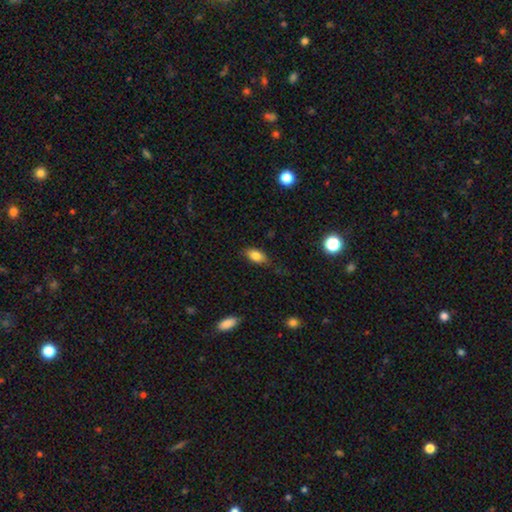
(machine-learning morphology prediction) Q: Smooth or featured?
A: smooth (81%); runner-up: featured or disk (11%)
Q: How rounded?
A: in between (88%); runner-up: round (7%)
Q: Merging?
A: none (73%); runner-up: minor disturbance (21%)